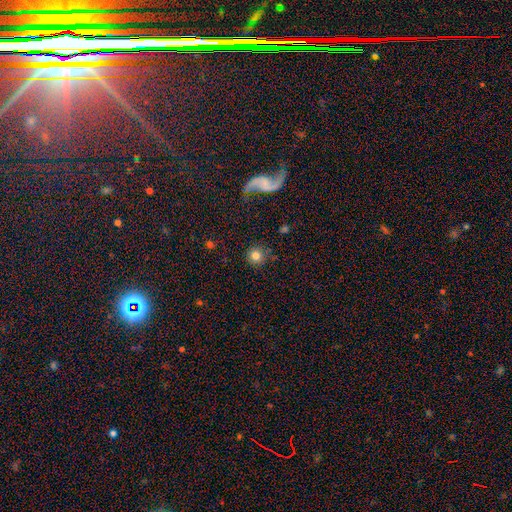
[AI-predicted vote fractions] Smooth or featured: smooth — 77% (star or artifact — 12%)
How rounded: round — 95% (in between — 4%)
Merging: none — 85% (minor disturbance — 8%)